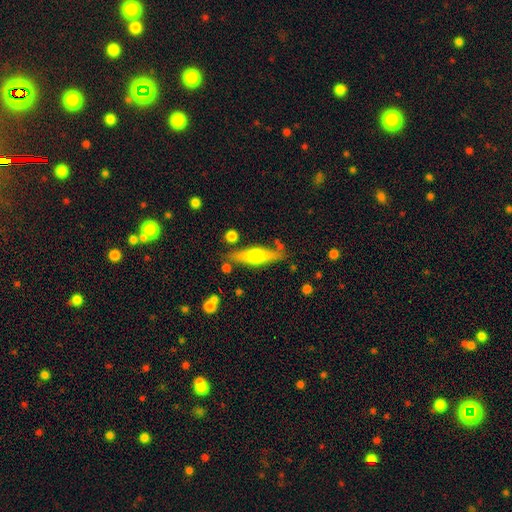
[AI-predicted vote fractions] This is possibly a featured or disk galaxy (53%). It is clearly viewed edge-on (92%). Merging: likely none (78%).